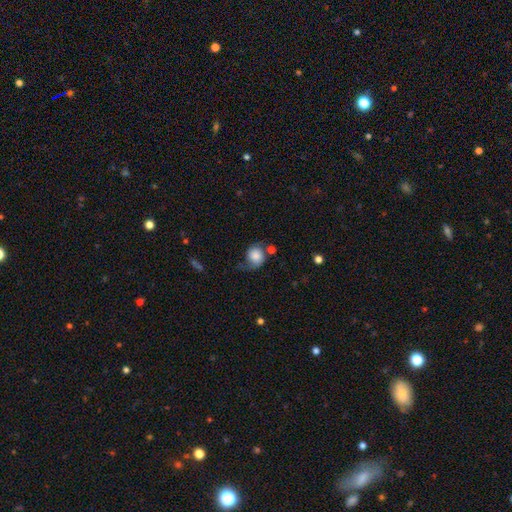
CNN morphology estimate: smooth_or_featured: smooth (p=0.64) [alt: featured or disk p=0.27]
how_rounded: round (p=0.72) [alt: in between p=0.27]
merging: none (p=0.39) [alt: minor disturbance p=0.29]